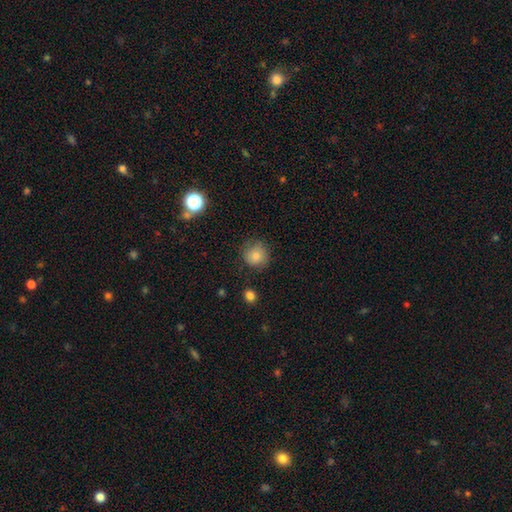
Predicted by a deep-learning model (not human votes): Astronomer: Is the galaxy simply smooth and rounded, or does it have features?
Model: smooth — 79%.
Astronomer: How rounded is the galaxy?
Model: round — 91%.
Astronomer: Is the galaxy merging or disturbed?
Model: none — 80%.